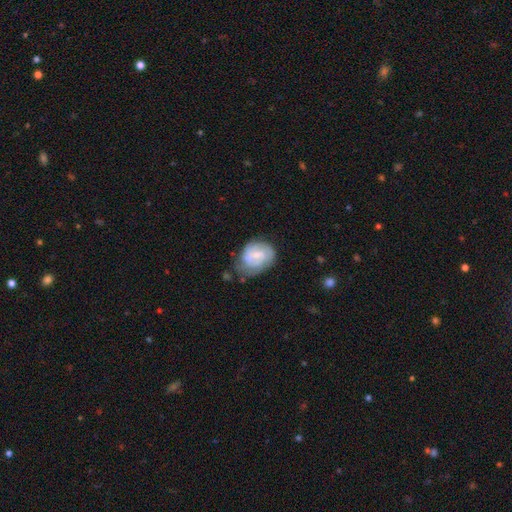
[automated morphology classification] This is possibly a featured or disk galaxy (56%). It is clearly not viewed edge-on (97%). Bar: possibly weak (55%). Spiral arm pattern: likely yes (73%). Central bulge: possibly small (50%). Merging: possibly none (49%).